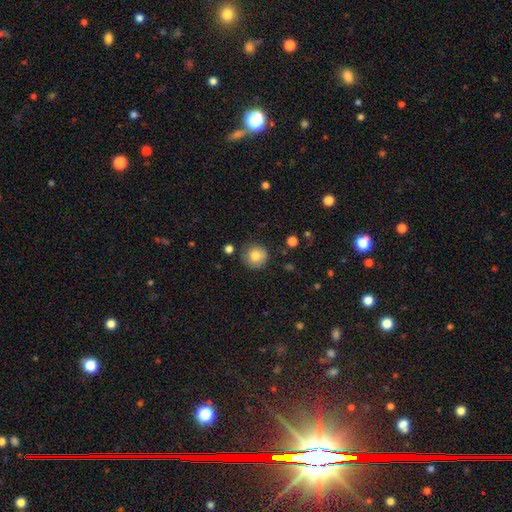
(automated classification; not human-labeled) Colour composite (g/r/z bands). It shows a smooth galaxy with no disk features (79%) that is round (94%). Merging: none (81%).